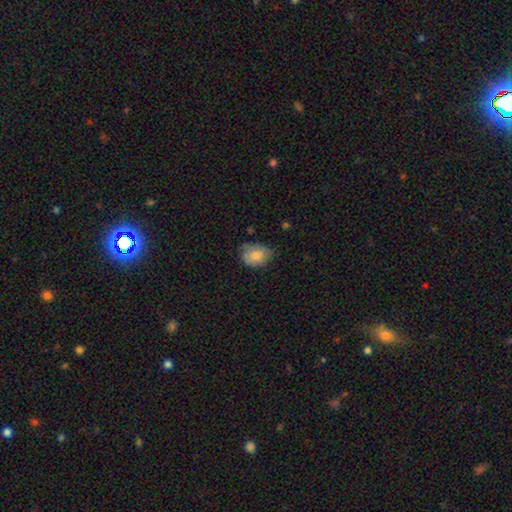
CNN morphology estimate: smooth_or_featured: smooth (p=0.79) [alt: featured or disk p=0.14]
how_rounded: in between (p=0.63) [alt: round p=0.36]
merging: none (p=0.60) [alt: minor disturbance p=0.31]